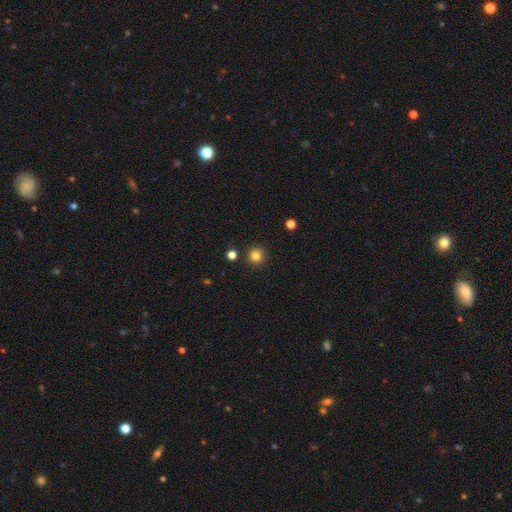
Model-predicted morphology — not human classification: The model was most divided on "smooth or featured": smooth: 82%, star or artifact: 13%, featured or disk: 5%. More confident: how rounded — round (95%); merging — none (89%).